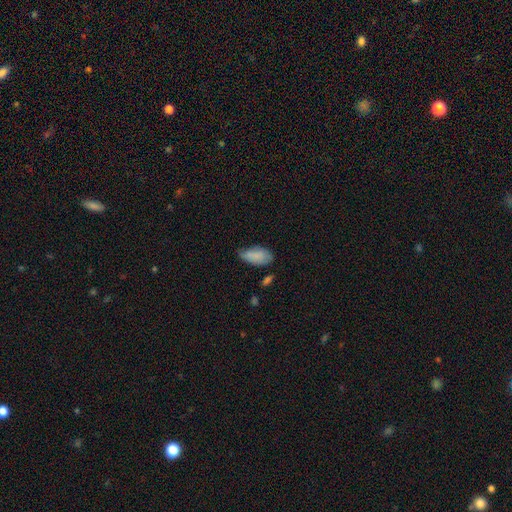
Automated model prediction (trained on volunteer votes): Overall: smooth (81%). How rounded: in between (93%). Merging: none (45%; minor disturbance 41%).